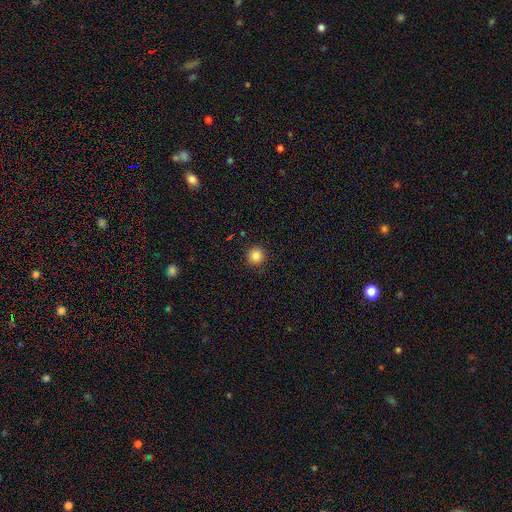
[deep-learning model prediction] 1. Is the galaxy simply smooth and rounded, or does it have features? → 86% smooth, 11% star or artifact, 3% featured or disk.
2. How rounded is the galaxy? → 95% round, 4% in between, 1% cigar-shaped.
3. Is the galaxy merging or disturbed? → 91% none, 6% minor disturbance, 2% major disturbance, 1% merger.